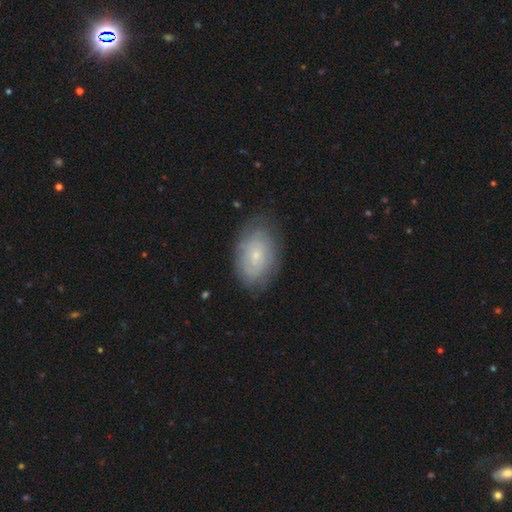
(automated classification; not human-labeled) Smooth or featured?
  - smooth: 47% *
  - featured or disk: 45%
  - star or artifact: 8%
Merging?
  - none: 77% *
  - minor disturbance: 17%
  - major disturbance: 5%
  - merger: 1%